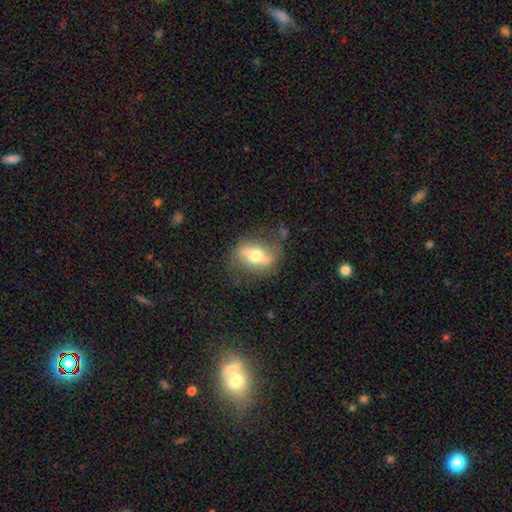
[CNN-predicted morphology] Smooth or featured: featured or disk — 52% (smooth — 41%)
Edge-on disk: no — 74% (yes — 26%)
Merging: none — 68% (minor disturbance — 19%)